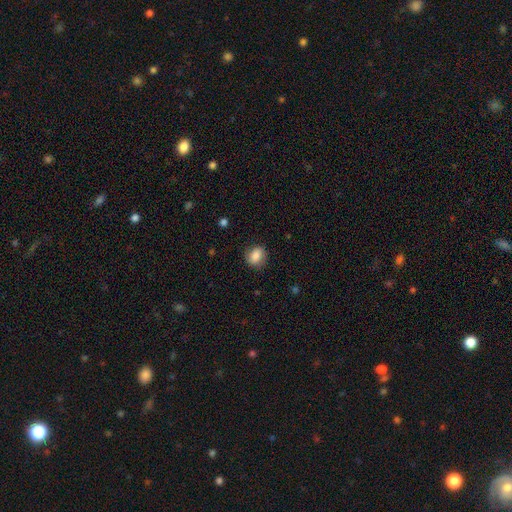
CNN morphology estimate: Overall: smooth (80%). How rounded: round (57%; in between 42%). Merging: none (80%).